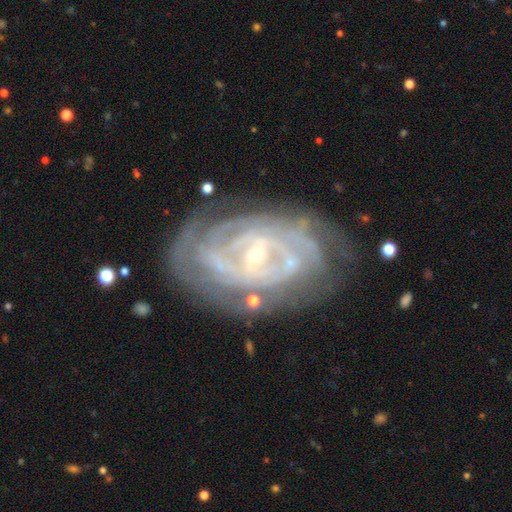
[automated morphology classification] Q: Smooth or featured?
A: featured or disk (87%); runner-up: smooth (7%)
Q: Edge-on disk?
A: no (96%); runner-up: yes (4%)
Q: Bar?
A: no (41%); runner-up: weak (39%)
Q: Spiral arms?
A: yes (94%); runner-up: no (6%)
Q: Spiral winding?
A: tight (75%); runner-up: medium (20%)
Q: Spiral arm count?
A: can't tell (36%); runner-up: 2 (20%)
Q: Bulge size?
A: small (78%); runner-up: moderate (18%)
Q: Merging?
A: none (72%); runner-up: minor disturbance (18%)